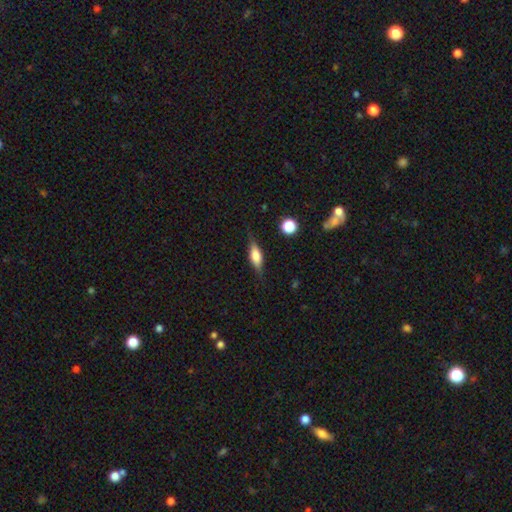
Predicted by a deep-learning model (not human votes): smooth-or-featured: smooth: 47% | featured or disk: 44% | star or artifact: 8%
  merging: none: 77% | minor disturbance: 16% | major disturbance: 5% | merger: 2%